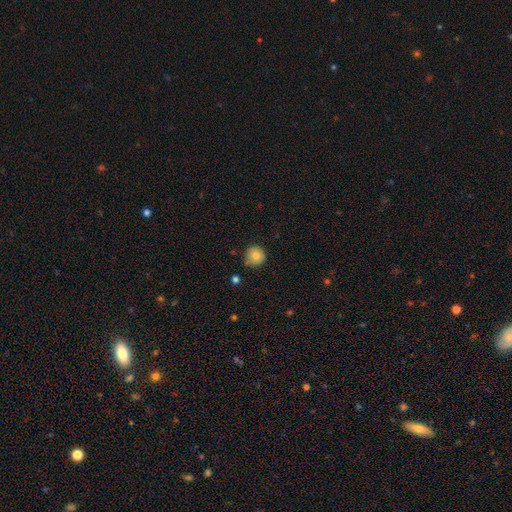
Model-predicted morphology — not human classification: A smooth galaxy with no disk features (80%) that is round (92%).

Vote fractions:
- Smooth or featured? smooth: 80% / featured or disk: 11% / star or artifact: 9%
- How rounded? round: 92% / in between: 7% / cigar-shaped: 1%
- Merging? none: 75% / minor disturbance: 20% / major disturbance: 3% / merger: 2%